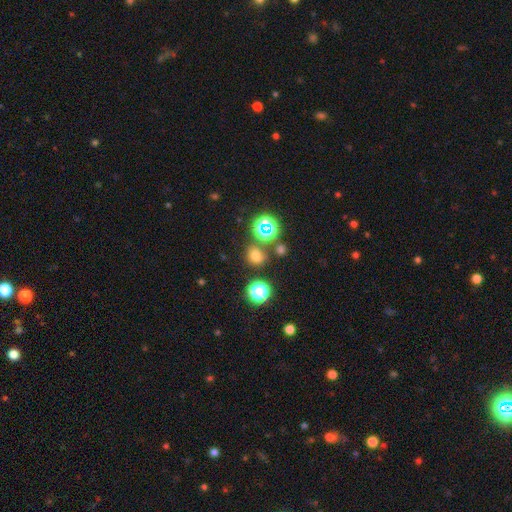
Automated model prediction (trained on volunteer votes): A smooth galaxy with no disk features (64%) that is round (72%).

Vote fractions:
- Smooth or featured? smooth: 64% / star or artifact: 30% / featured or disk: 6%
- How rounded? round: 72% / in between: 27% / cigar-shaped: 1%
- Merging? none: 74% / minor disturbance: 11% / merger: 11% / major disturbance: 4%